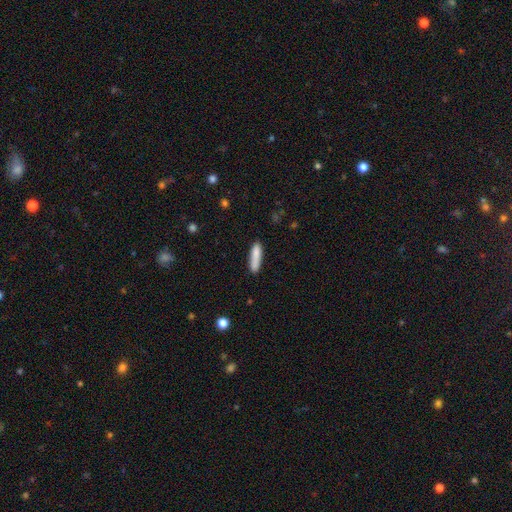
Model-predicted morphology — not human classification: smooth-or-featured: smooth: 85% | featured or disk: 9% | star or artifact: 7%
  how-rounded: cigar-shaped: 75% | in between: 24% | round: 1%
  merging: none: 81% | minor disturbance: 14% | merger: 3% | major disturbance: 3%